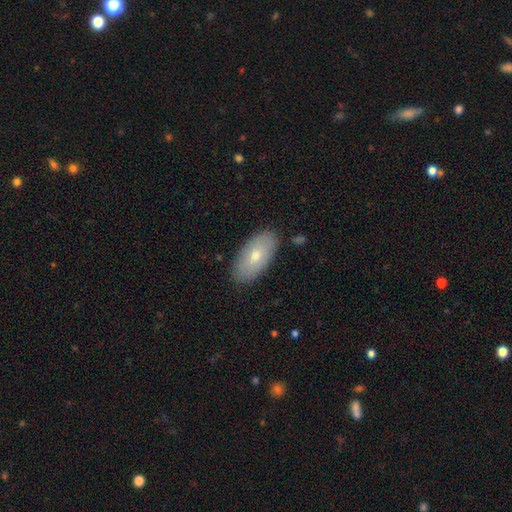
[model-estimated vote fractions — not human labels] smooth-or-featured: smooth: 69% | featured or disk: 24% | star or artifact: 7%
  how-rounded: in between: 92% | cigar-shaped: 4% | round: 3%
  merging: none: 86% | minor disturbance: 10% | major disturbance: 2% | merger: 1%